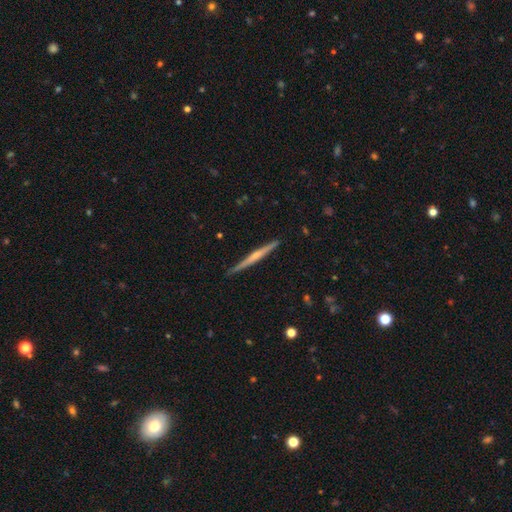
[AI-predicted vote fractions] Q: Smooth or featured?
A: featured or disk (67%); runner-up: smooth (28%)
Q: Edge-on disk?
A: yes (98%); runner-up: no (2%)
Q: Edge-on bulge?
A: rounded (56%); runner-up: none (37%)
Q: Merging?
A: none (89%); runner-up: minor disturbance (8%)